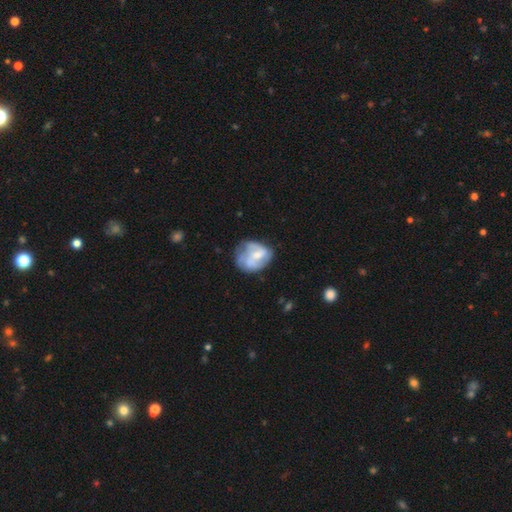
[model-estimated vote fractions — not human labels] Smooth or featured? featured or disk (57%)
Edge-on disk? no (98%)
Bar? no (52%)
Spiral arms? yes (61%)
Bulge size? small (39%)
Merging? none (44%)